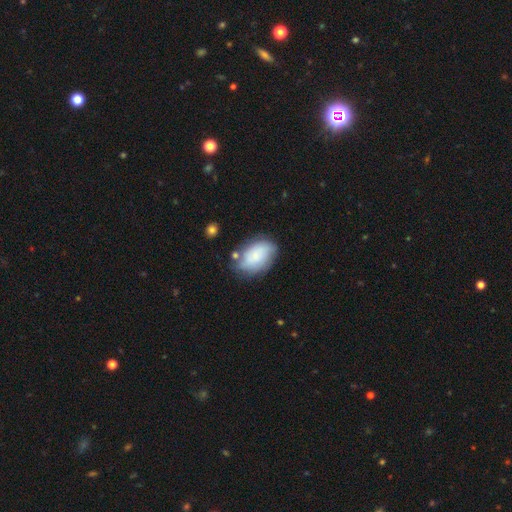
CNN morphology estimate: This is likely a smooth galaxy (66%). How rounded: clearly in between (87%). Merging: likely none (61%).